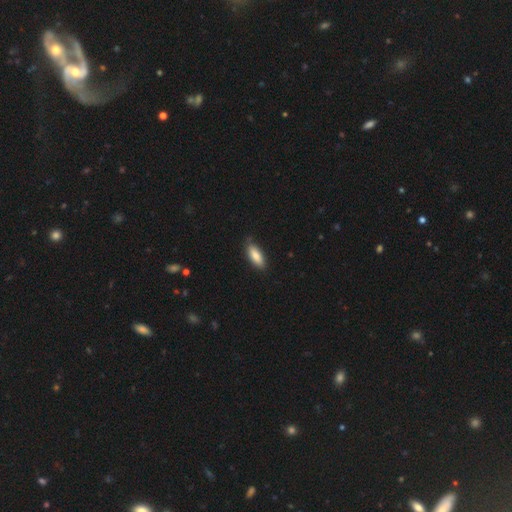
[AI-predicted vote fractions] smooth 83%, featured or disk 11%, star or artifact 6%. Down the decision tree: how rounded — in between (73%); merging — none (83%).